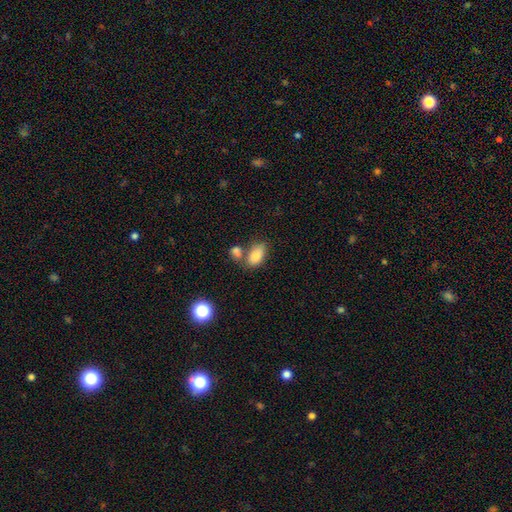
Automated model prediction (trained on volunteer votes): A smooth galaxy with no disk features (83%) that is in between round and cigar-shaped (91%).

Vote fractions:
- Smooth or featured? smooth: 83% / featured or disk: 8% / star or artifact: 8%
- How rounded? in between: 91% / round: 7% / cigar-shaped: 2%
- Merging? none: 46% / merger: 34% / minor disturbance: 15% / major disturbance: 6%